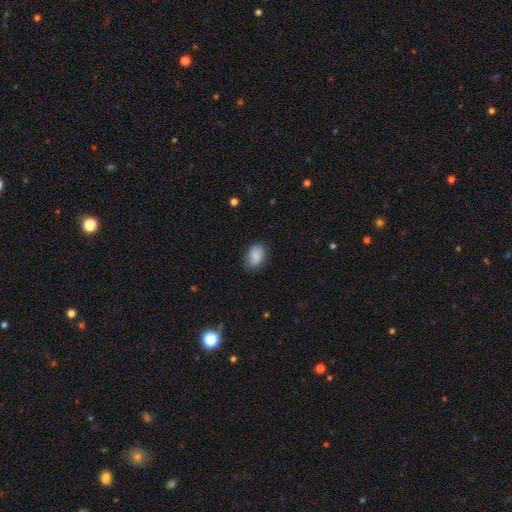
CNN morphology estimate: smooth 88%, star or artifact 7%, featured or disk 5%. Down the decision tree: how rounded — in between (77%); merging — none (79%).